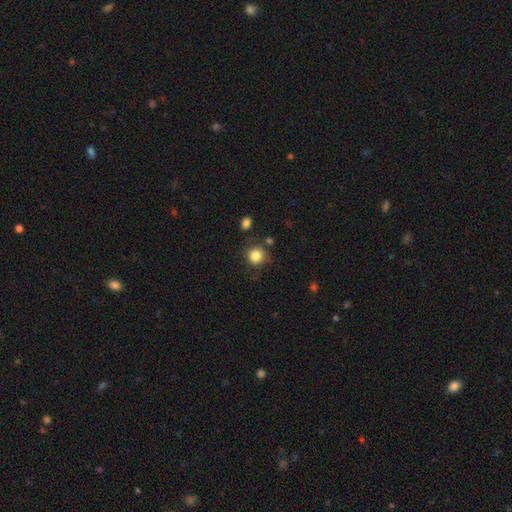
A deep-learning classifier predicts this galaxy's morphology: Smooth or featured? smooth (84%)
How rounded? round (91%)
Merging? none (80%)